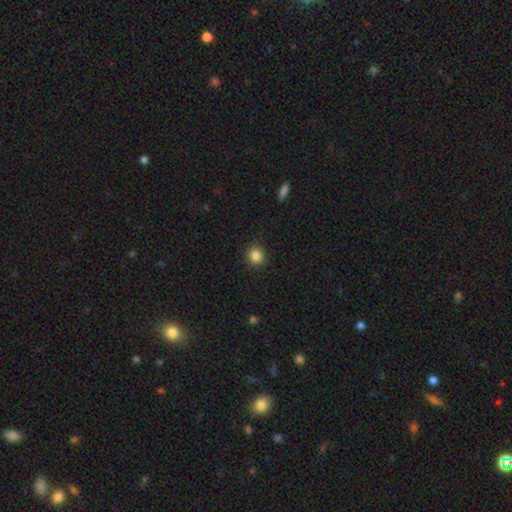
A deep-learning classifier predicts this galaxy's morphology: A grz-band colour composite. It shows a smooth galaxy with no disk features (85%) that is round (89%). Merging: none (91%).